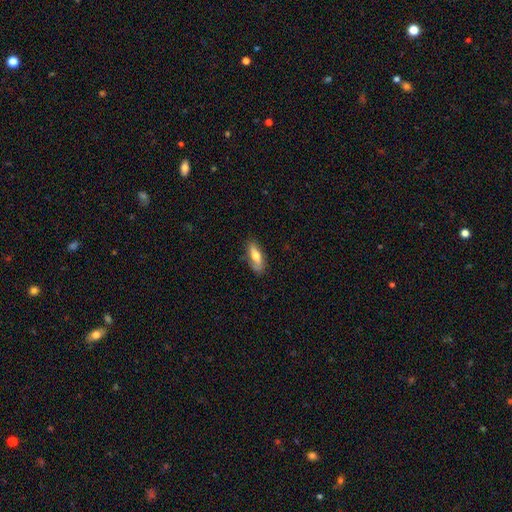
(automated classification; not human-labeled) Smooth or featured? smooth (61%)
How rounded? in between (57%)
Merging? none (77%)